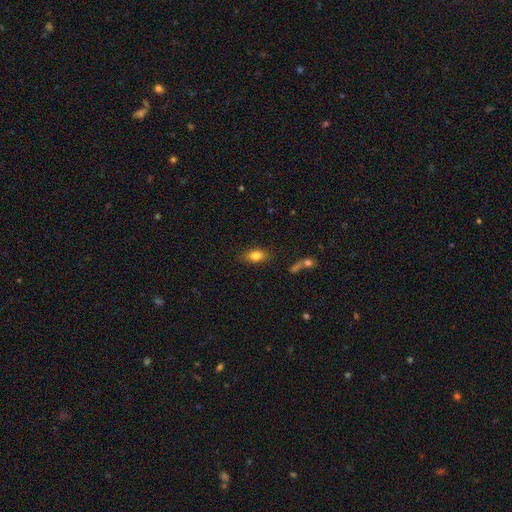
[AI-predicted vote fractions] This is clearly a smooth galaxy (82%). How rounded: clearly in between (83%). Merging: clearly none (82%).